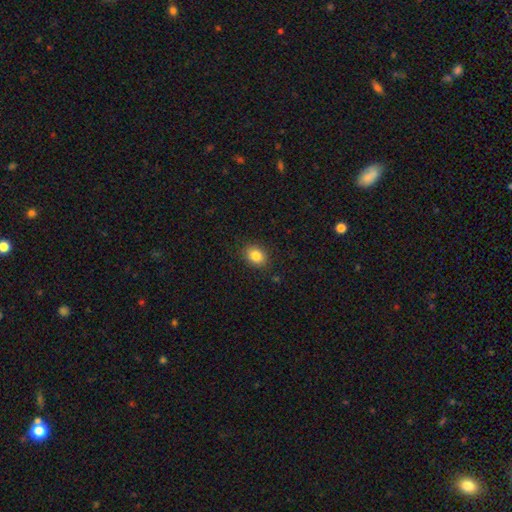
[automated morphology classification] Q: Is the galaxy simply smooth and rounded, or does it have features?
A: smooth — 84%.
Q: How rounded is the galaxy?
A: in between — 56%.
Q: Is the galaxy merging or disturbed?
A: none — 88%.